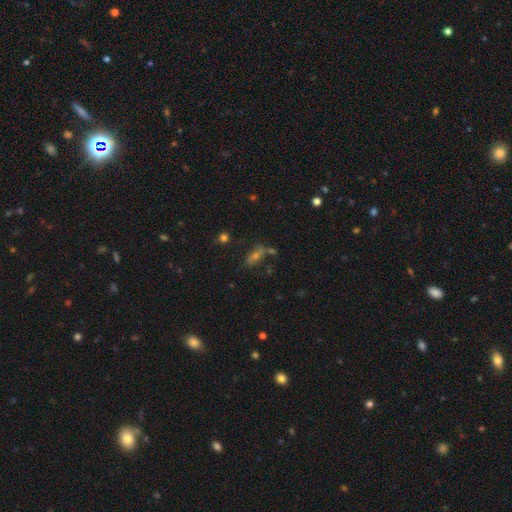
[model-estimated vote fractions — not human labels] A smooth galaxy with no disk features (42%). Merging: none (61%).